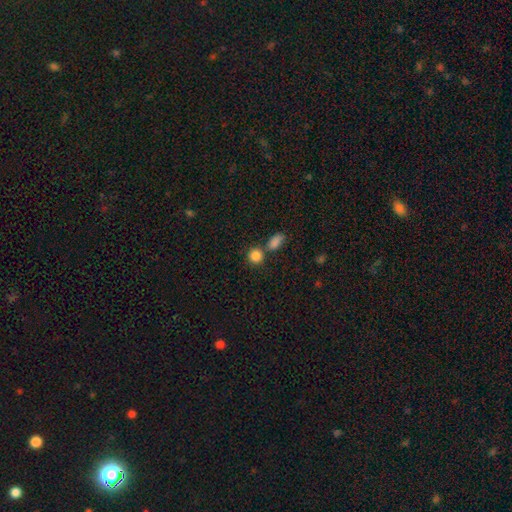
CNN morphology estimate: smooth-or-featured: smooth: 85% | star or artifact: 10% | featured or disk: 5%
  how-rounded: round: 85% | in between: 14% | cigar-shaped: 1%
  merging: none: 61% | merger: 26% | minor disturbance: 9% | major disturbance: 3%